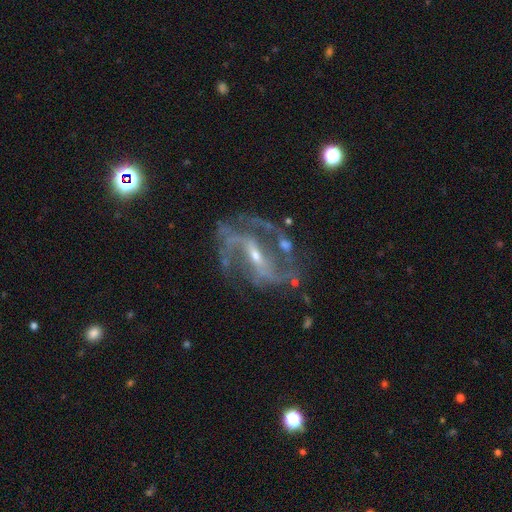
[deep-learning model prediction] Smooth or featured: featured or disk — 91% (star or artifact — 6%)
Edge-on disk: no — 97% (yes — 3%)
Bar: strong — 52% (weak — 35%)
Spiral arms: yes — 97% (no — 3%)
Spiral winding: medium — 56% (loose — 25%)
Spiral arm count: 2 — 73% (3 — 11%)
Bulge size: small — 66% (moderate — 30%)
Merging: none — 61% (minor disturbance — 19%)